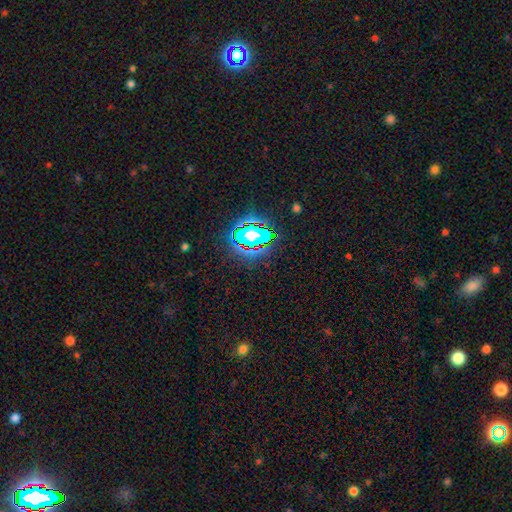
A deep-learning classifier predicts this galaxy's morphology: smooth_or_featured: star or artifact (p=0.81) [alt: smooth p=0.12]